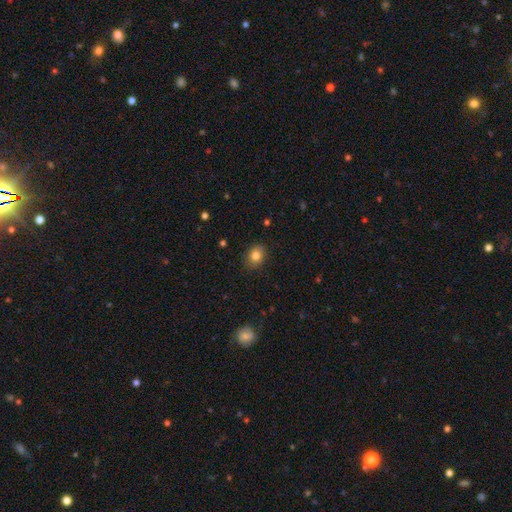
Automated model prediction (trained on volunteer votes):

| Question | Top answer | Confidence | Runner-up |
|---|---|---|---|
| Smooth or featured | smooth | 83% | star or artifact (10%) |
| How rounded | in between | 50% | round (49%) |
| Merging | none | 87% | minor disturbance (10%) |